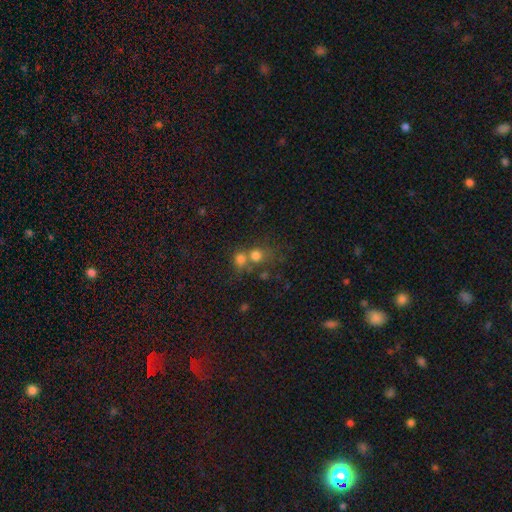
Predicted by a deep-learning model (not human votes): This is likely a smooth galaxy (73%). How rounded: likely round (74%). Merging: possibly merger (50%).